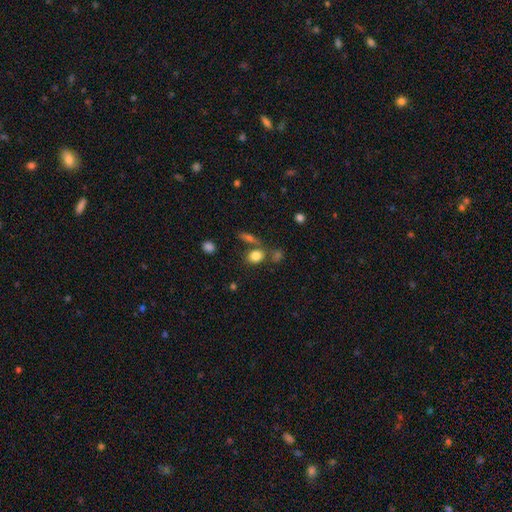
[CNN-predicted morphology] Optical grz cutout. It shows a smooth galaxy with no disk features (80%) that is in between round and cigar-shaped (61%). Merging: none (60%).